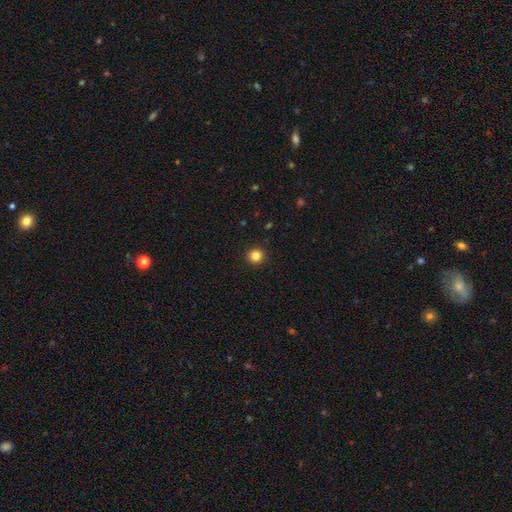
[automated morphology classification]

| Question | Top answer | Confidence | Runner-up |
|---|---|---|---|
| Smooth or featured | smooth | 84% | star or artifact (12%) |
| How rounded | round | 95% | in between (4%) |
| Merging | none | 93% | minor disturbance (4%) |